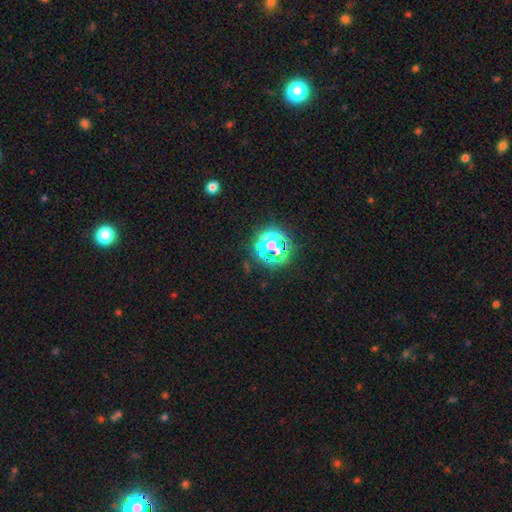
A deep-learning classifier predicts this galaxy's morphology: Smooth or featured? star or artifact (72%)